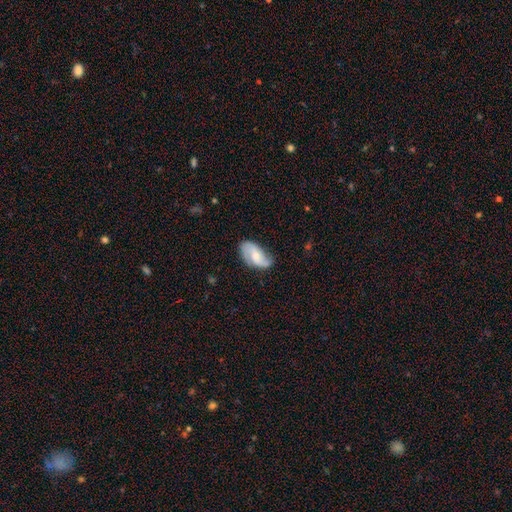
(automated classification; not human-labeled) featured or disk 63%, smooth 31%, star or artifact 6%. Down the decision tree: edge-on disk — no (96%); bar — no (52%); spiral arms — yes (92%); spiral arm count — 2 (84%); spiral winding — loose (51%); bulge size — moderate (43%); merging — none (65%).